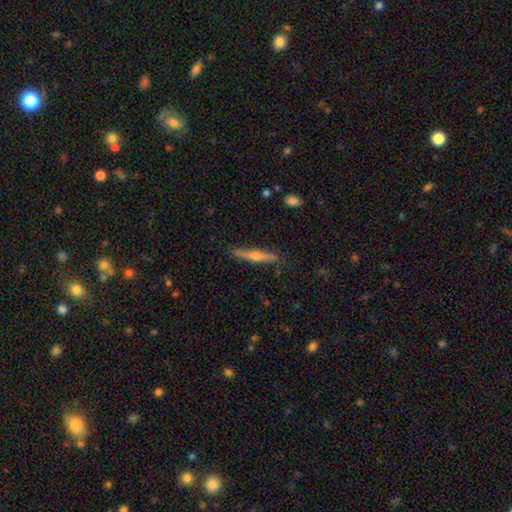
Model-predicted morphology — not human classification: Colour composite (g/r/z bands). It shows a featured or disk galaxy (64%) viewed edge-on (97%) with a rounded central bulge (88%). Merging: none (86%).